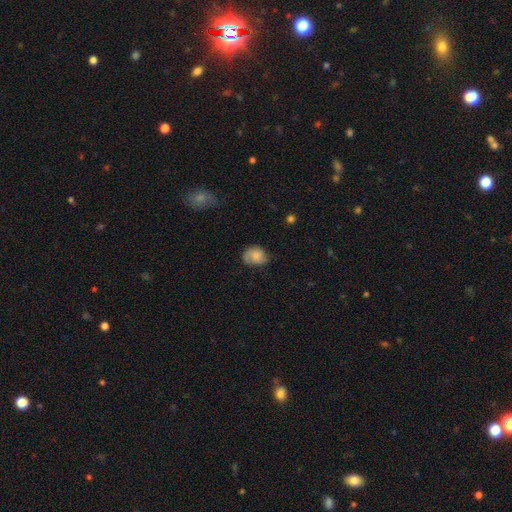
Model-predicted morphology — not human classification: Q: Smooth or featured?
A: smooth (66%); runner-up: featured or disk (25%)
Q: How rounded?
A: round (50%); runner-up: in between (49%)
Q: Merging?
A: none (60%); runner-up: minor disturbance (29%)